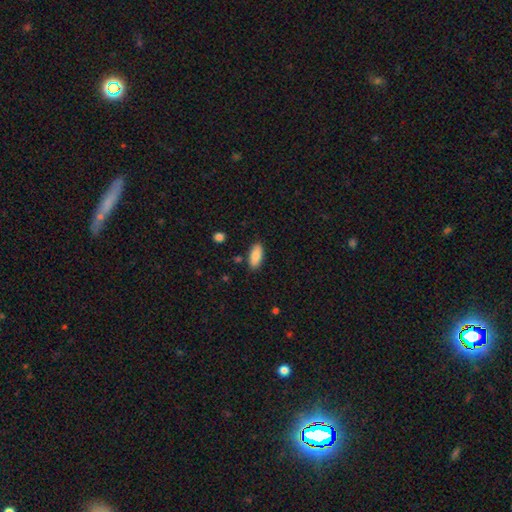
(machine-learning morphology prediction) Smooth or featured: smooth — 85% (featured or disk — 8%)
How rounded: in between — 87% (cigar-shaped — 11%)
Merging: none — 86% (minor disturbance — 10%)